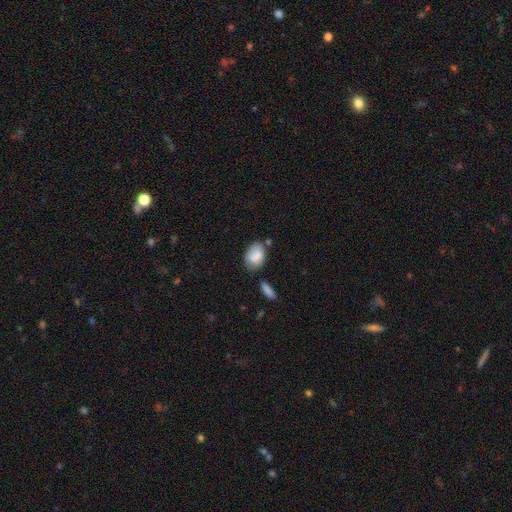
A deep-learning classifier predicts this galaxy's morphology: Smooth or featured: smooth — 84% (featured or disk — 9%)
How rounded: in between — 84% (round — 14%)
Merging: none — 58% (minor disturbance — 24%)